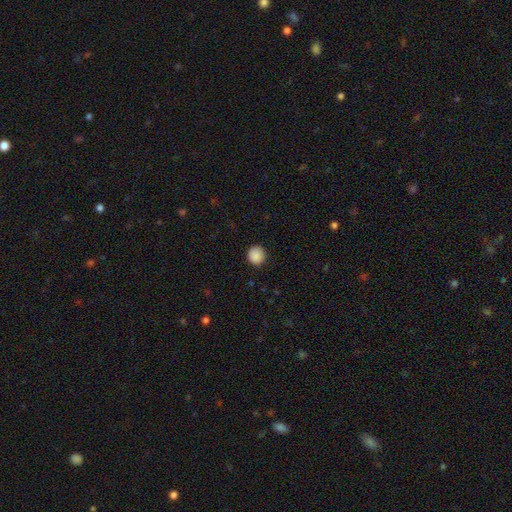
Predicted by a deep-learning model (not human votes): Q: Smooth or featured?
A: smooth (89%); runner-up: star or artifact (9%)
Q: How rounded?
A: round (88%); runner-up: in between (11%)
Q: Merging?
A: none (89%); runner-up: minor disturbance (8%)